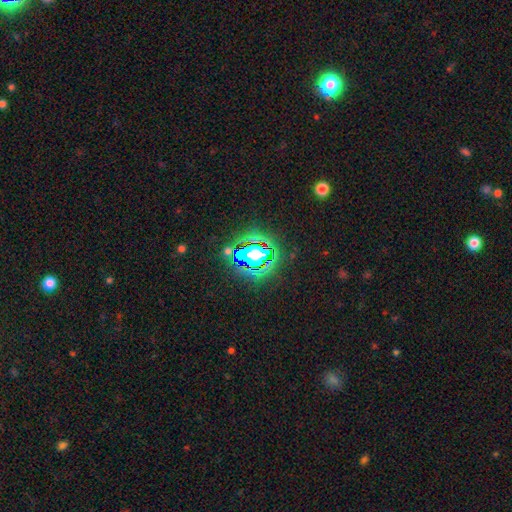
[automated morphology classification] smooth_or_featured: star or artifact (p=0.80) [alt: smooth p=0.12]